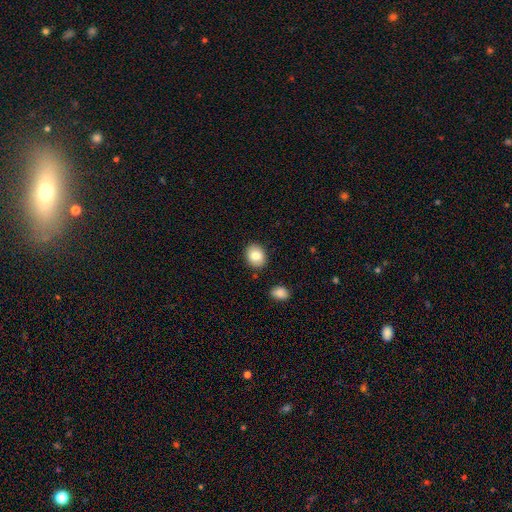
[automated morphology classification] Smooth or featured: smooth — 83% (featured or disk — 9%)
How rounded: round — 50% (in between — 49%)
Merging: none — 87% (minor disturbance — 8%)